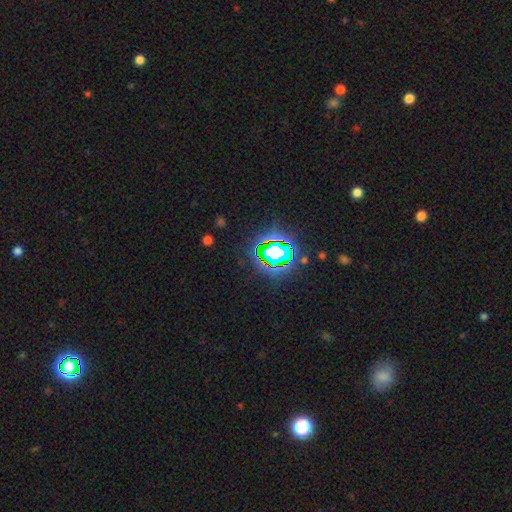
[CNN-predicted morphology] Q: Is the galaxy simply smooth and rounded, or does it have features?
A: star or artifact — 79%.